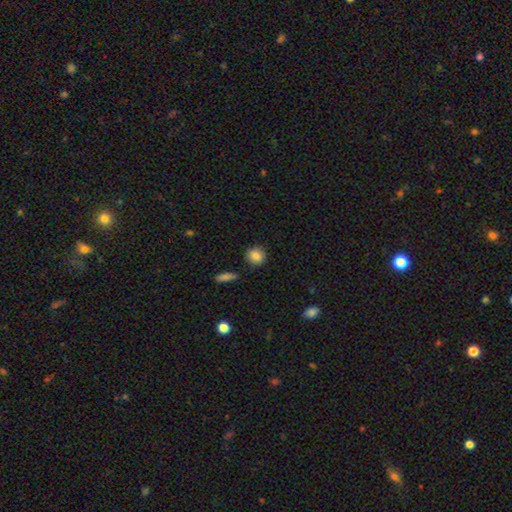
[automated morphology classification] Smooth or featured? smooth (85%)
How rounded? round (84%)
Merging? none (87%)